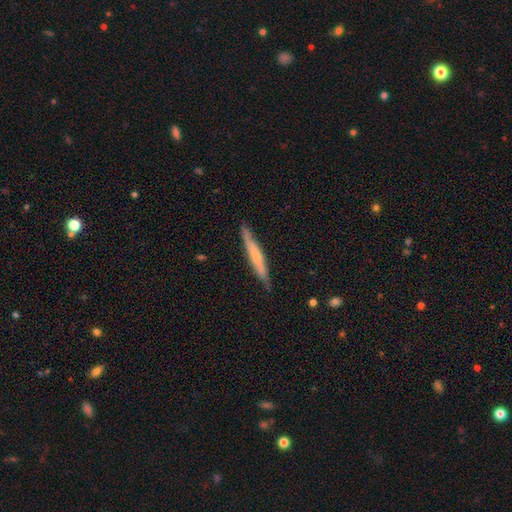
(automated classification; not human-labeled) smooth-or-featured: smooth: 51% | featured or disk: 44% | star or artifact: 5%
  how-rounded: cigar-shaped: 95% | in between: 4% | round: 1%
  merging: none: 85% | minor disturbance: 12% | major disturbance: 2% | merger: 1%